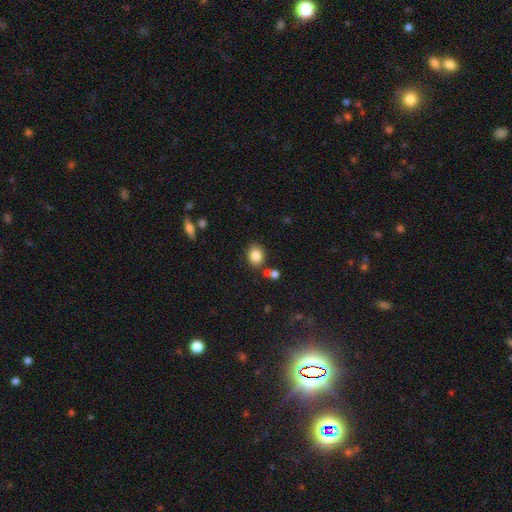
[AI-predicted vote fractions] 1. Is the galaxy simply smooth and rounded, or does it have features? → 85% smooth, 9% star or artifact, 6% featured or disk.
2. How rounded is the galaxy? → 50% round, 49% in between, 1% cigar-shaped.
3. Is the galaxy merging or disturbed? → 78% none, 11% minor disturbance, 8% merger, 3% major disturbance.